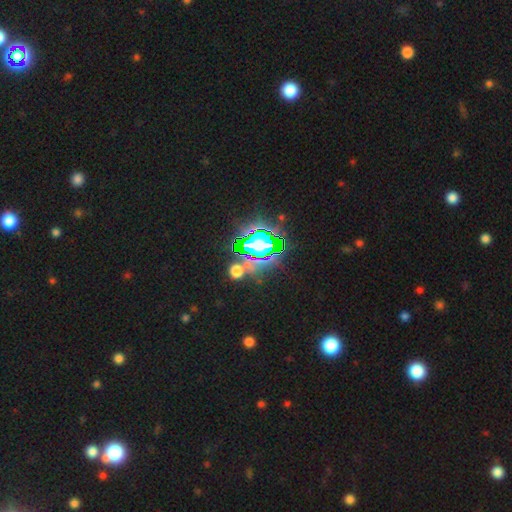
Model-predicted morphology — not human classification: smooth_or_featured: star or artifact (p=0.81) [alt: smooth p=0.12]